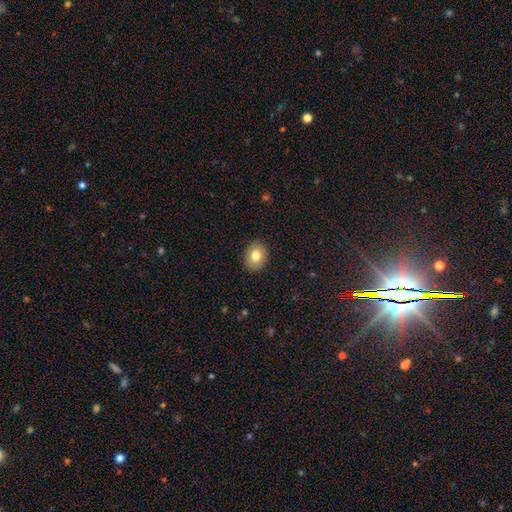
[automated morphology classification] A smooth galaxy with no disk features (81%) that is in between round and cigar-shaped (51%). Merging: none (90%).